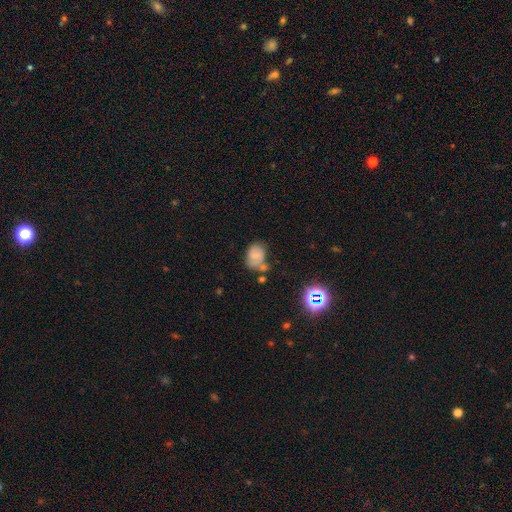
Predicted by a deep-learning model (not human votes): This appears to be a smooth galaxy with no disk features (57%) that is in between round and cigar-shaped (70%). Merging: none (48%).